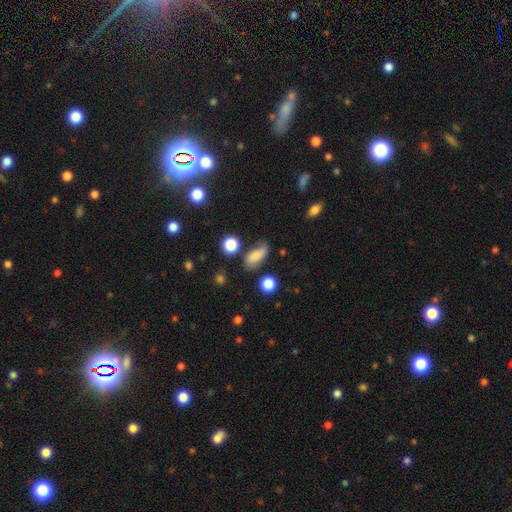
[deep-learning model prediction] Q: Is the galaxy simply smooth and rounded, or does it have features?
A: smooth — 69%.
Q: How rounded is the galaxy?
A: in between — 78%.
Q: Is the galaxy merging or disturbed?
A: none — 56%.